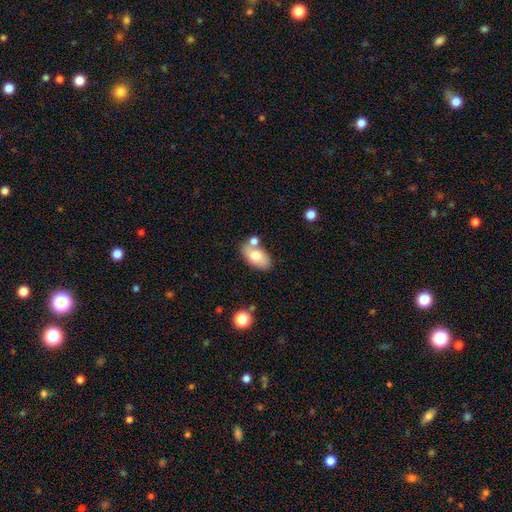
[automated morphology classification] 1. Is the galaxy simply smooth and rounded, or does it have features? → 70% smooth, 22% featured or disk, 7% star or artifact.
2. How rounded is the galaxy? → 92% in between, 6% round, 2% cigar-shaped.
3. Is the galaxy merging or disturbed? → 62% none, 19% merger, 15% minor disturbance, 4% major disturbance.